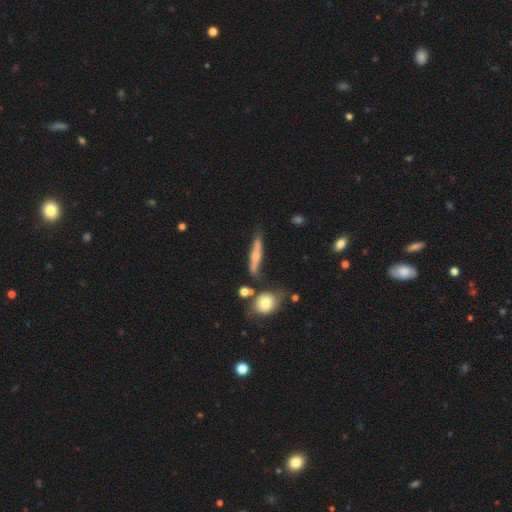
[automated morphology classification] featured or disk 50%, smooth 42%, star or artifact 7%. Down the decision tree: edge-on disk — yes (83%); merging — none (63%).